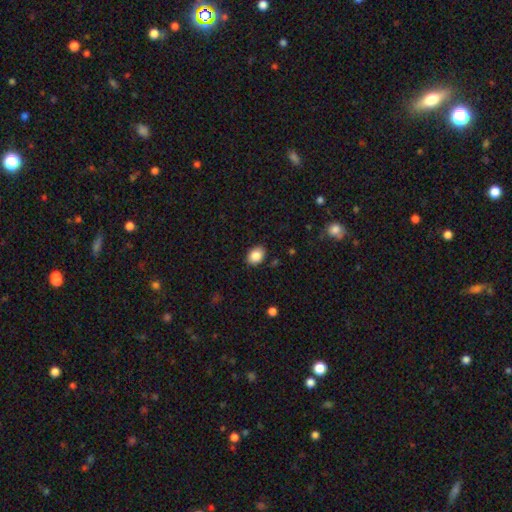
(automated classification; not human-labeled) Smooth or featured? Predicted: smooth (p=0.86). How rounded? Predicted: in between (p=0.71). Merging? Predicted: none (p=0.88).